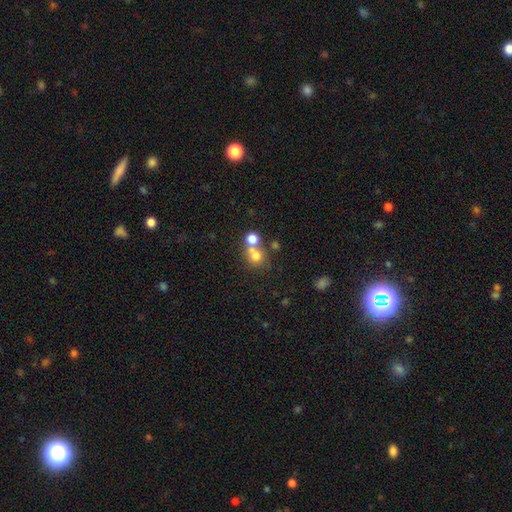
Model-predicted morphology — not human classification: smooth_or_featured: smooth (p=0.69) [alt: featured or disk p=0.16]
how_rounded: round (p=0.81) [alt: in between p=0.18]
merging: merger (p=0.49) [alt: none p=0.40]